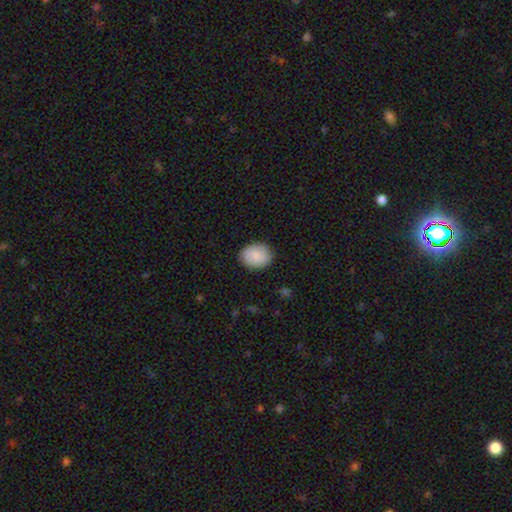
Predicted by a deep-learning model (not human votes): smooth 87%, featured or disk 7%, star or artifact 6%. Down the decision tree: how rounded — in between (53%); merging — none (87%).